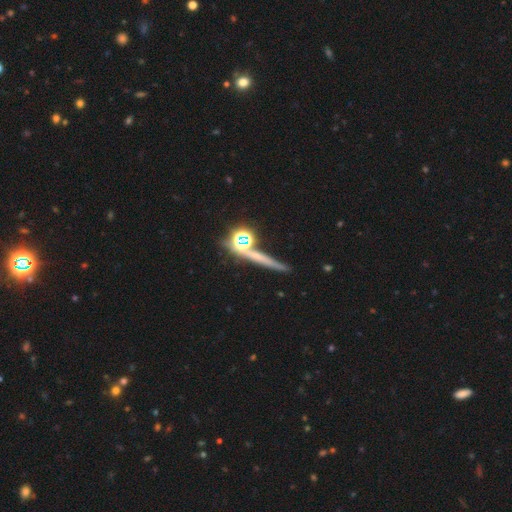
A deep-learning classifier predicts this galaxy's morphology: Overall: star or artifact (41%; smooth 31%).